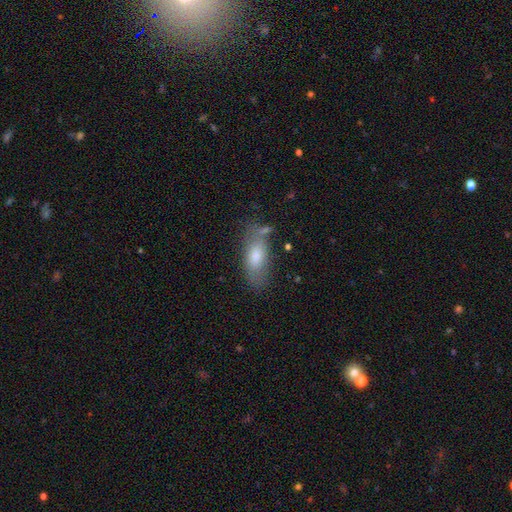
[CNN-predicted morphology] Smooth or featured? Predicted: smooth (p=0.70). How rounded? Predicted: in between (p=0.76). Merging? Predicted: none (p=0.65).